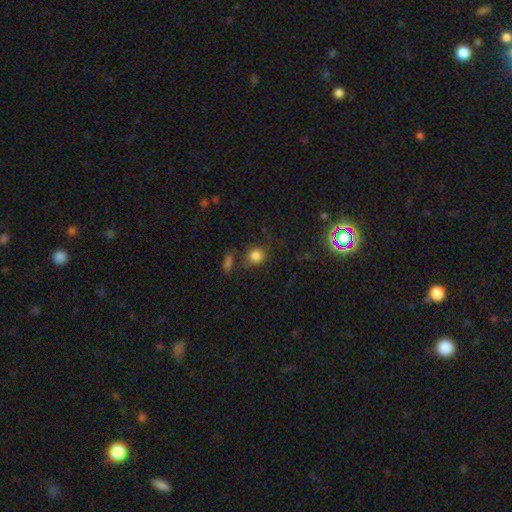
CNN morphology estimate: This appears to be a smooth galaxy with no disk features (81%) that is round (72%). Merging: none (68%).